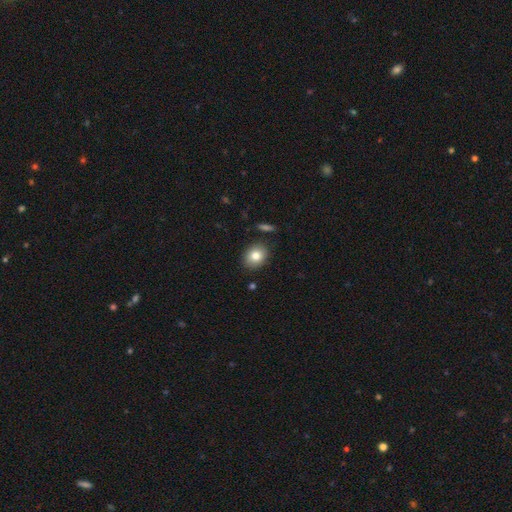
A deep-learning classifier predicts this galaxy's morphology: smooth-or-featured: smooth: 80% | featured or disk: 11% | star or artifact: 9%
  how-rounded: round: 51% | in between: 48% | cigar-shaped: 1%
  merging: none: 86% | minor disturbance: 9% | merger: 2% | major disturbance: 2%